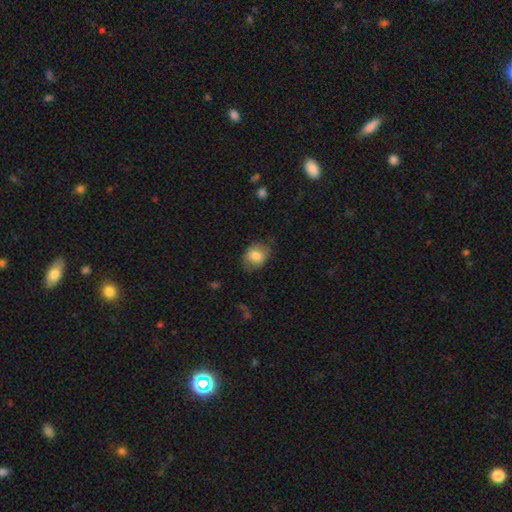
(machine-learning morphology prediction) smooth-or-featured: smooth: 81% | featured or disk: 12% | star or artifact: 8%
  how-rounded: in between: 59% | round: 40% | cigar-shaped: 1%
  merging: none: 69% | minor disturbance: 23% | major disturbance: 7% | merger: 1%